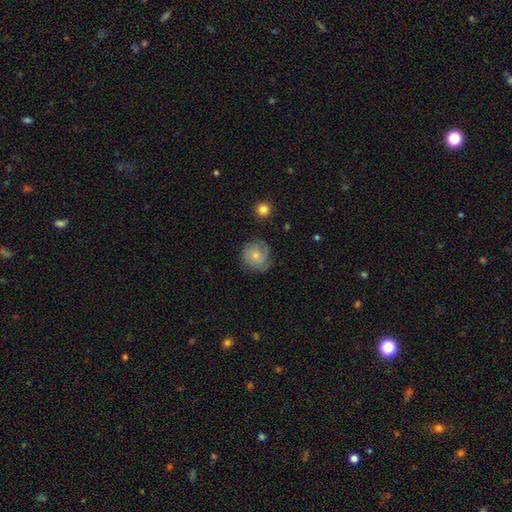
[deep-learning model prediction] A smooth galaxy with no disk features (51%) that is round (89%). Merging: none (74%).